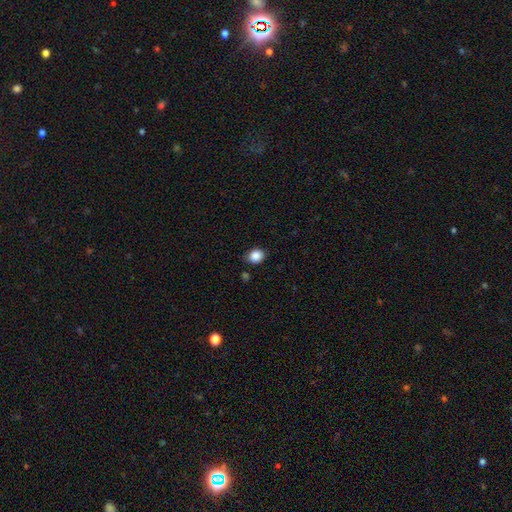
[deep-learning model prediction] Smooth or featured? smooth (87%)
How rounded? round (57%)
Merging? none (81%)